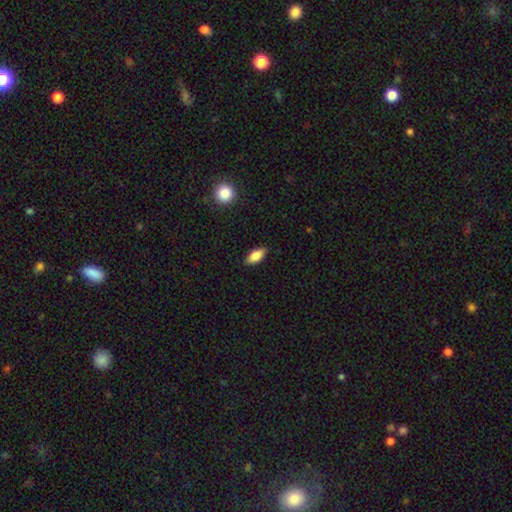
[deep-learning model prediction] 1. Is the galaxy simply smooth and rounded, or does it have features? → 83% smooth, 10% featured or disk, 7% star or artifact.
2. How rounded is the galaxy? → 85% in between, 11% cigar-shaped, 3% round.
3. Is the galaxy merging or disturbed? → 87% none, 10% minor disturbance, 2% major disturbance, 1% merger.